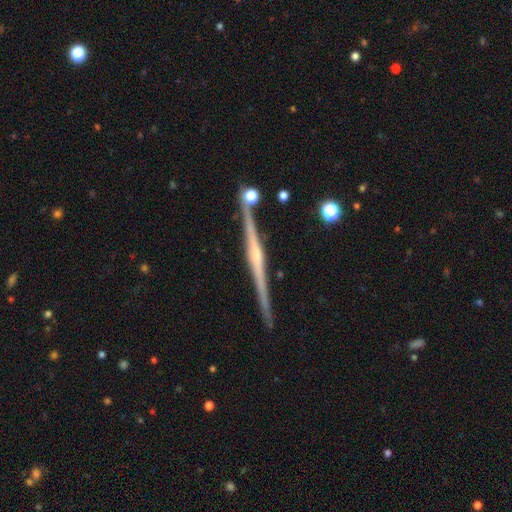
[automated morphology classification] Q: Smooth or featured?
A: featured or disk (86%); runner-up: smooth (9%)
Q: Edge-on disk?
A: yes (99%); runner-up: no (1%)
Q: Edge-on bulge?
A: rounded (65%); runner-up: none (21%)
Q: Merging?
A: none (88%); runner-up: minor disturbance (7%)